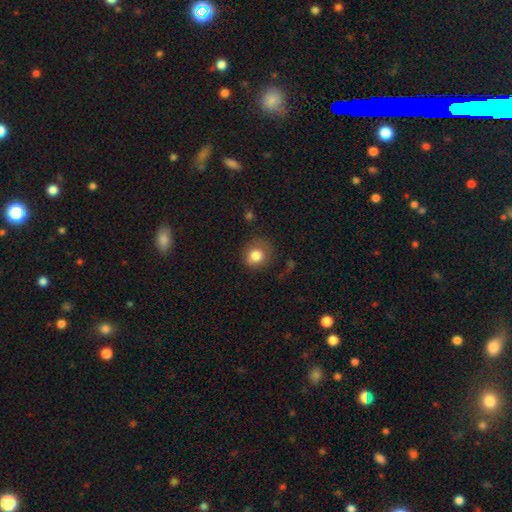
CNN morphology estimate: The model was most divided on "merging": none: 68%, minor disturbance: 20%, major disturbance: 9%, merger: 2%. More confident: how rounded — round (81%); smooth or featured — smooth (81%).